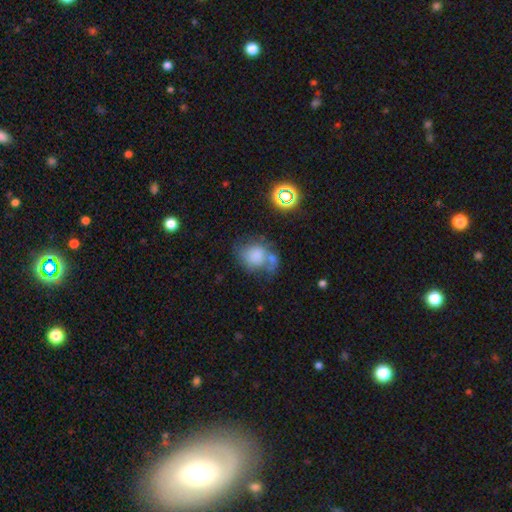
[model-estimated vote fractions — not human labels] smooth 70%, featured or disk 18%, star or artifact 12%. Down the decision tree: how rounded — round (57%); merging — none (34%).